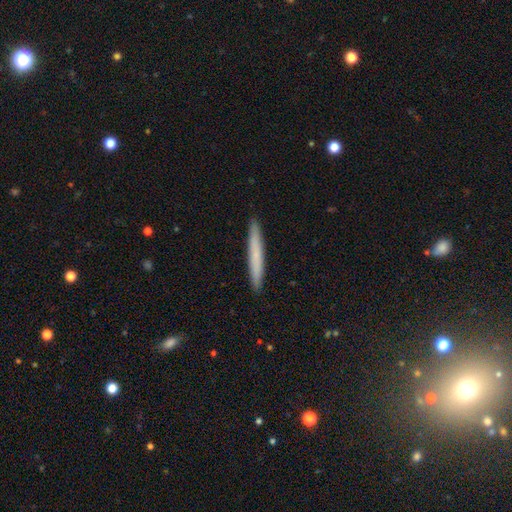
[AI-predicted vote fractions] Smooth or featured? Predicted: smooth (p=0.68). How rounded? Predicted: cigar-shaped (p=0.97). Merging? Predicted: none (p=0.92).